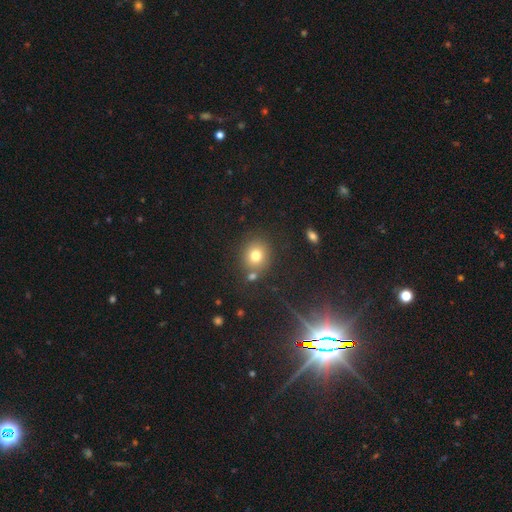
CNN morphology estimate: smooth-or-featured: smooth: 77% | star or artifact: 14% | featured or disk: 9%
  how-rounded: round: 79% | in between: 20% | cigar-shaped: 1%
  merging: none: 75% | merger: 11% | minor disturbance: 10% | major disturbance: 4%